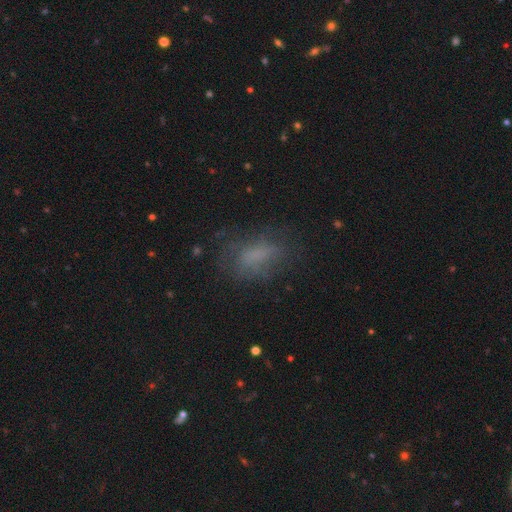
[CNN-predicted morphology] smooth 60%, featured or disk 24%, star or artifact 16%. Down the decision tree: how rounded — in between (81%); merging — none (59%).